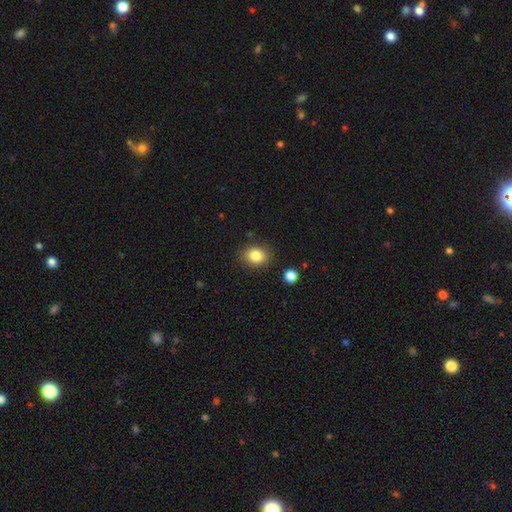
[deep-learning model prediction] smooth-or-featured: smooth: 84% | star or artifact: 9% | featured or disk: 7%
  how-rounded: in between: 55% | round: 44% | cigar-shaped: 1%
  merging: none: 85% | minor disturbance: 10% | major disturbance: 3% | merger: 2%